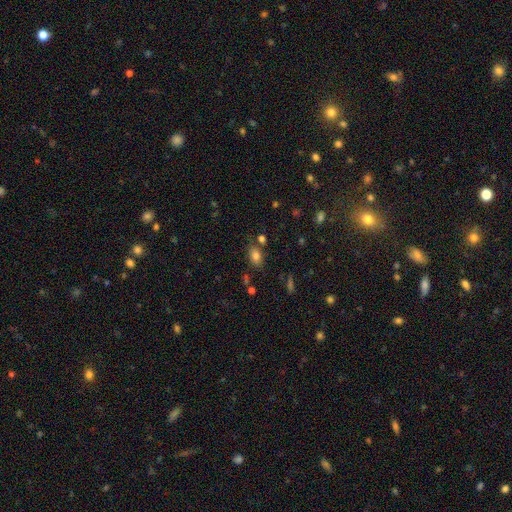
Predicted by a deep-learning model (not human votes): smooth_or_featured: smooth (p=0.80) [alt: star or artifact p=0.12]
how_rounded: in between (p=0.84) [alt: round p=0.14]
merging: none (p=0.72) [alt: minor disturbance p=0.15]